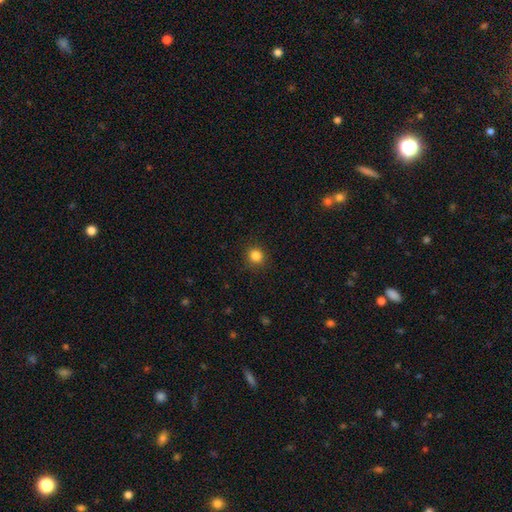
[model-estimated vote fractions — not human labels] smooth-or-featured: smooth: 84% | star or artifact: 12% | featured or disk: 4%
  how-rounded: round: 90% | in between: 9% | cigar-shaped: 1%
  merging: none: 90% | minor disturbance: 7% | major disturbance: 2% | merger: 1%